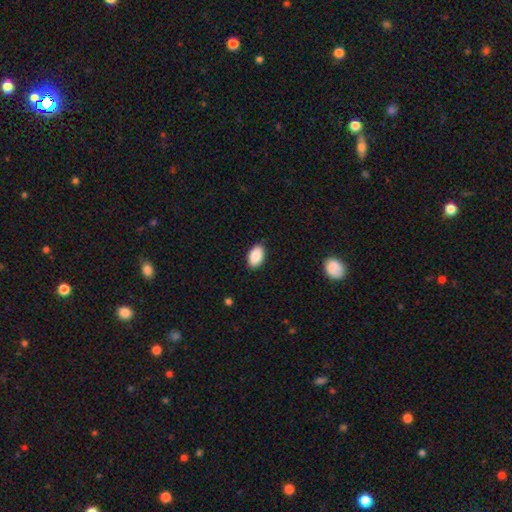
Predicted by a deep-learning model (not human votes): Smooth or featured: smooth — 86% (featured or disk — 7%)
How rounded: in between — 93% (round — 6%)
Merging: none — 84% (minor disturbance — 12%)